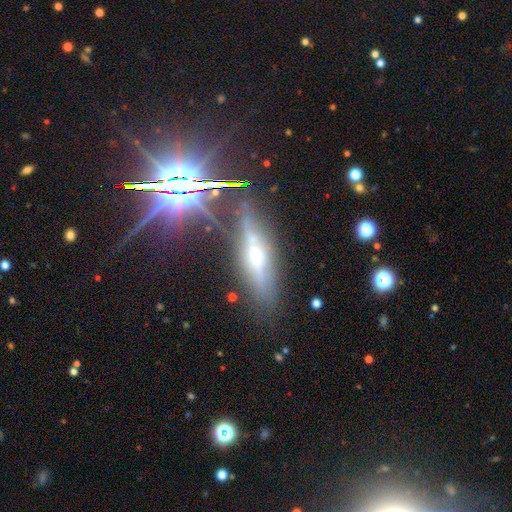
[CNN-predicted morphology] smooth-or-featured: featured or disk: 54% | smooth: 26% | star or artifact: 21%
  disk-edge-on: yes: 85% | no: 15%
  merging: none: 74% | minor disturbance: 16% | major disturbance: 6% | merger: 4%